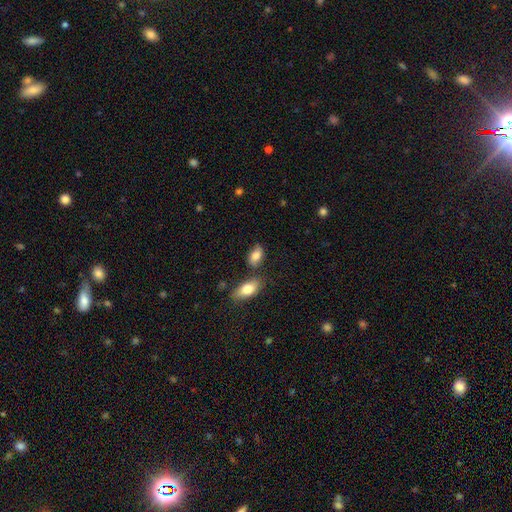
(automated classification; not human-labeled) Q: Smooth or featured?
A: smooth (77%); runner-up: featured or disk (15%)
Q: How rounded?
A: in between (89%); runner-up: round (8%)
Q: Merging?
A: none (68%); runner-up: minor disturbance (15%)